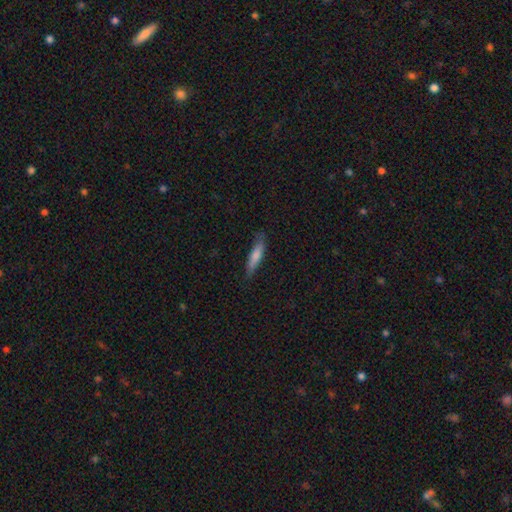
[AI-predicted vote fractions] Smooth or featured?
  - smooth: 78% *
  - featured or disk: 16%
  - star or artifact: 6%
How rounded?
  - cigar-shaped: 77% *
  - in between: 21%
  - round: 1%
Merging?
  - none: 78% *
  - minor disturbance: 18%
  - major disturbance: 3%
  - merger: 1%